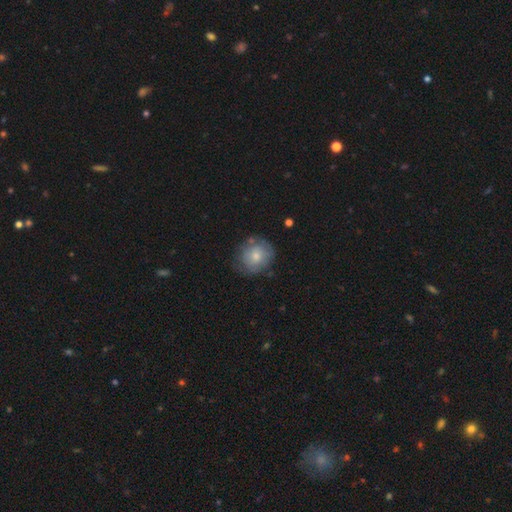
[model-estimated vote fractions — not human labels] Smooth or featured?
  - smooth: 65% *
  - featured or disk: 27%
  - star or artifact: 7%
How rounded?
  - round: 83% *
  - in between: 16%
  - cigar-shaped: 1%
Merging?
  - none: 67% *
  - minor disturbance: 22%
  - major disturbance: 8%
  - merger: 3%